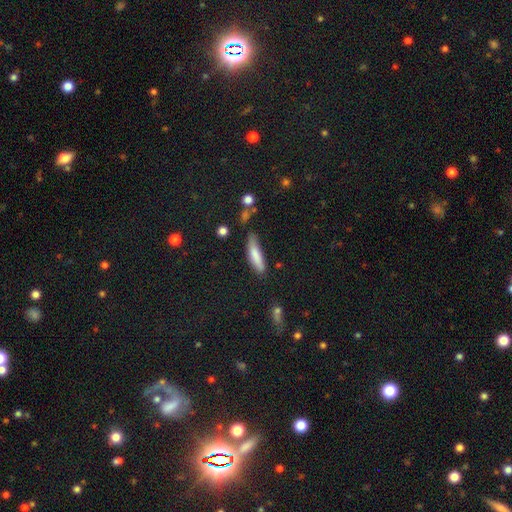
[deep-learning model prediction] A smooth galaxy with no disk features (80%) that is cigar-shaped (70%).

Vote fractions:
- Smooth or featured? smooth: 80% / featured or disk: 14% / star or artifact: 7%
- How rounded? cigar-shaped: 70% / in between: 28% / round: 2%
- Merging? none: 62% / minor disturbance: 27% / major disturbance: 7% / merger: 4%